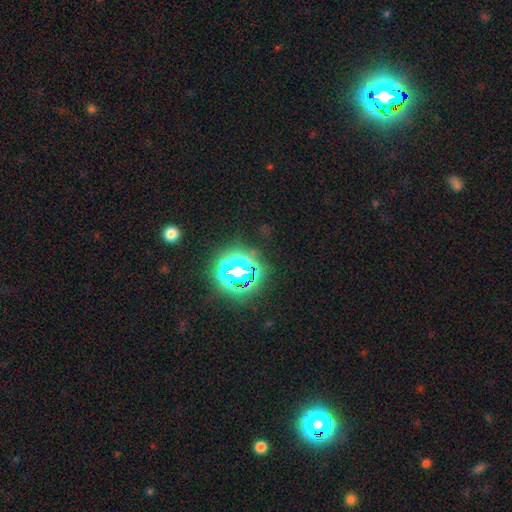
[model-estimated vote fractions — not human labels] A star or artifact, not a galaxy (77%).